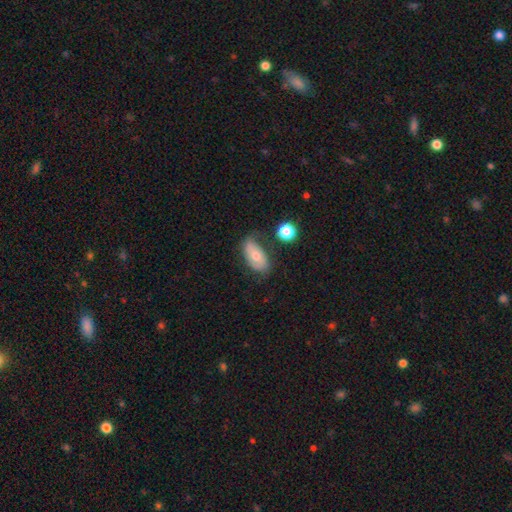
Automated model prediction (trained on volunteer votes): smooth-or-featured: smooth: 53% | featured or disk: 39% | star or artifact: 8%
  how-rounded: in between: 90% | round: 6% | cigar-shaped: 4%
  merging: none: 57% | minor disturbance: 27% | major disturbance: 10% | merger: 5%